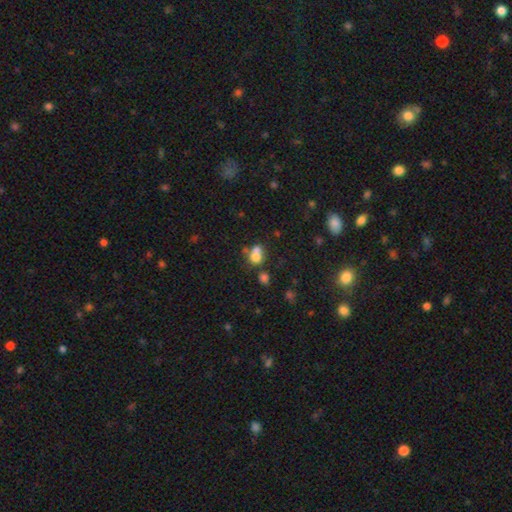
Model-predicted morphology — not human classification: smooth-or-featured: smooth: 72% | featured or disk: 14% | star or artifact: 13%
  how-rounded: round: 56% | in between: 43% | cigar-shaped: 1%
  merging: merger: 52% | none: 31% | minor disturbance: 11% | major disturbance: 6%